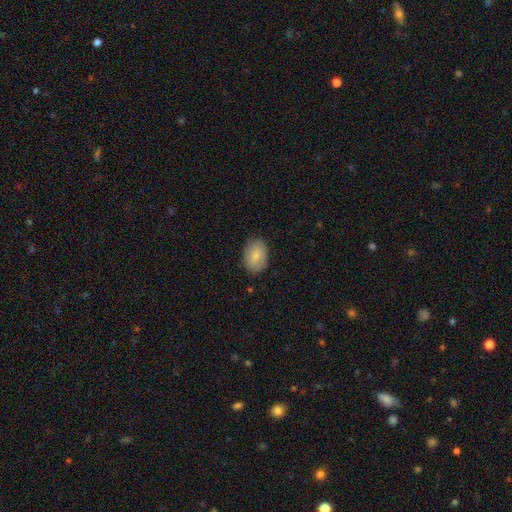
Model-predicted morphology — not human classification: smooth-or-featured: smooth: 80% | featured or disk: 13% | star or artifact: 7%
  how-rounded: in between: 81% | round: 18% | cigar-shaped: 1%
  merging: none: 83% | minor disturbance: 13% | major disturbance: 3% | merger: 1%